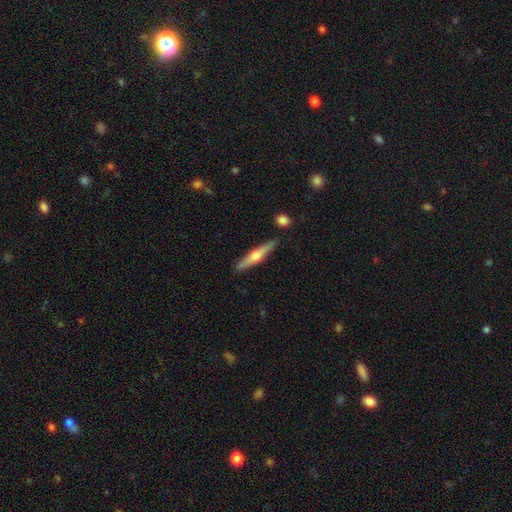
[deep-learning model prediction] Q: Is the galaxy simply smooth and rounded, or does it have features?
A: featured or disk — 56%.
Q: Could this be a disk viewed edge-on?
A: yes — 96%.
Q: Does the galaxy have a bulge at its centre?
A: rounded — 90%.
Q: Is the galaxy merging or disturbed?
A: none — 86%.